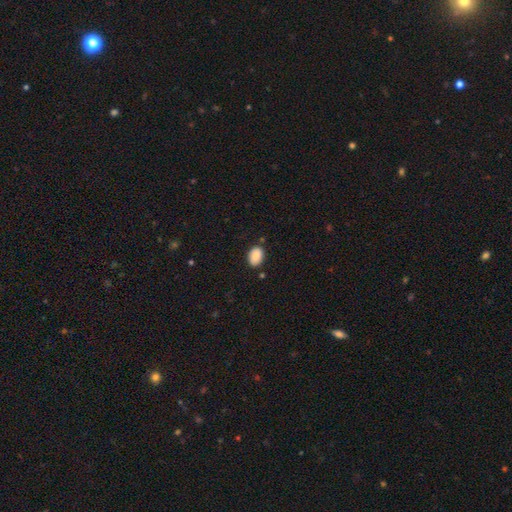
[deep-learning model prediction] This appears to be a smooth galaxy with no disk features (88%) that is in between round and cigar-shaped (80%). Merging: none (82%).